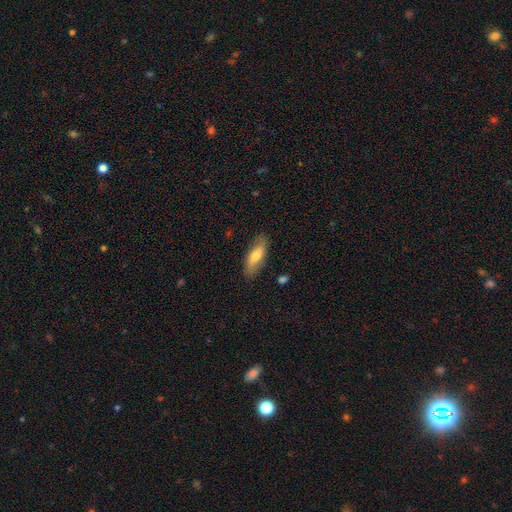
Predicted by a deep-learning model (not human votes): Smooth or featured: smooth — 65% (featured or disk — 29%)
How rounded: in between — 64% (cigar-shaped — 34%)
Merging: none — 83% (minor disturbance — 13%)